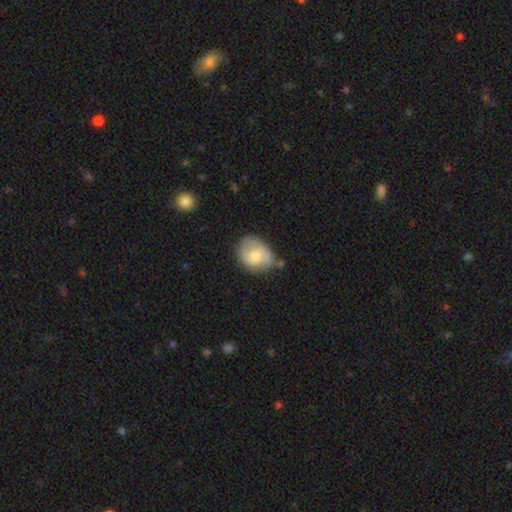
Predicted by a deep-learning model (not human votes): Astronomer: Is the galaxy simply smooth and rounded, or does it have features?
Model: smooth — 56% (runner-up: featured or disk, 38%).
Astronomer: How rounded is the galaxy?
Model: in between — 52% (runner-up: round, 47%).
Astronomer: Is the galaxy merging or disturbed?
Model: none — 47% (runner-up: minor disturbance, 35%).